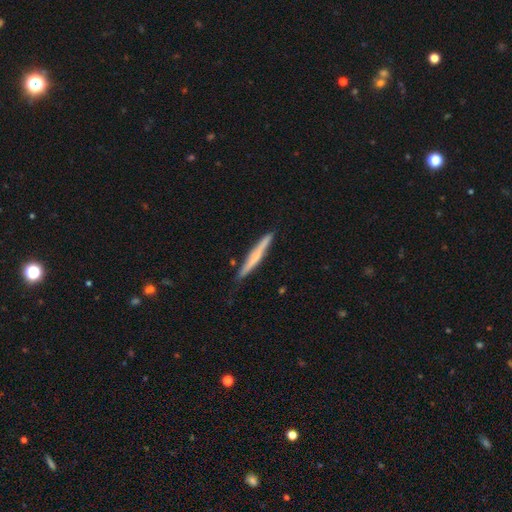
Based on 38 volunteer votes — A featured or disk galaxy (61%) viewed edge-on (96%) with no central bulge (82%).

Vote fractions:
- Smooth or featured? featured or disk: 61% / smooth: 29% / star or artifact: 11%
- Edge-on disk? yes: 96% / no: 4%
- Edge-on bulge? none: 82% / rounded: 18% / boxy: 0%
- Merging? none: 79% / minor disturbance: 21% / major disturbance: 0% / merger: 0%